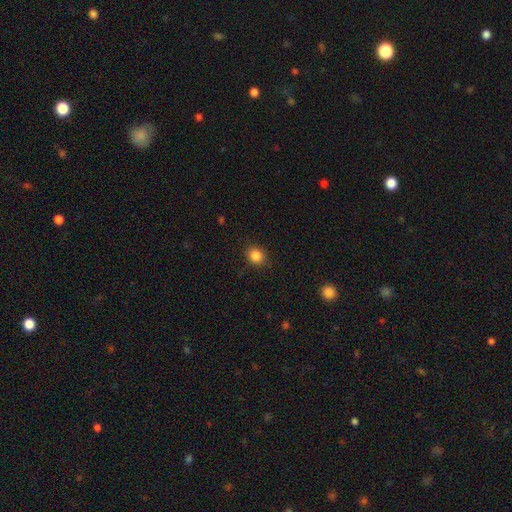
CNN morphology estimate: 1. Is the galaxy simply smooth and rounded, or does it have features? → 85% smooth, 11% star or artifact, 4% featured or disk.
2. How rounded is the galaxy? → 79% round, 20% in between, 1% cigar-shaped.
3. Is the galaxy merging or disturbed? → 87% none, 10% minor disturbance, 3% major disturbance, 1% merger.